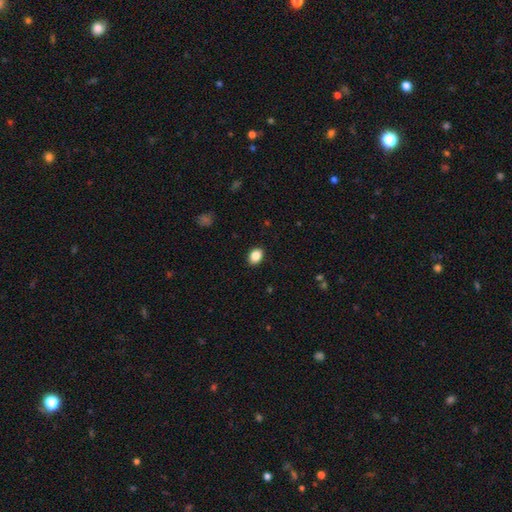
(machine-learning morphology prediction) smooth_or_featured: smooth (p=0.87) [alt: star or artifact p=0.09]
how_rounded: in between (p=0.69) [alt: round p=0.30]
merging: none (p=0.89) [alt: minor disturbance p=0.08]